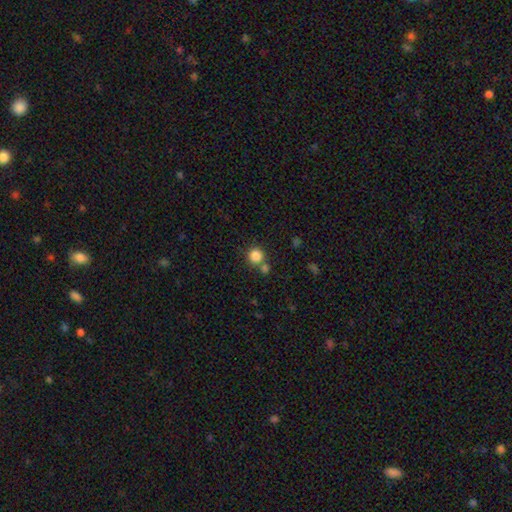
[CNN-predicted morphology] smooth_or_featured: smooth (p=0.84) [alt: star or artifact p=0.11]
how_rounded: round (p=0.92) [alt: in between p=0.07]
merging: none (p=0.67) [alt: merger p=0.22]